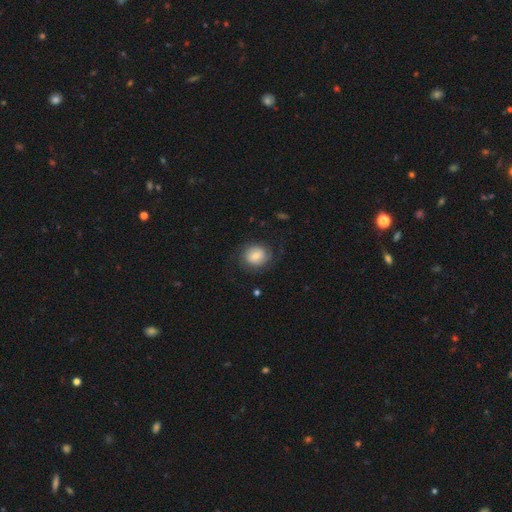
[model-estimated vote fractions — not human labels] Smooth or featured: smooth — 60% (featured or disk — 32%)
How rounded: round — 61% (in between — 38%)
Merging: none — 70% (minor disturbance — 17%)